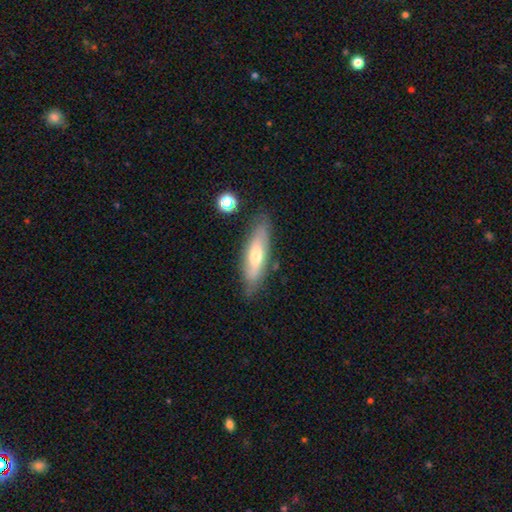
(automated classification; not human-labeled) Smooth or featured?
  - smooth: 50% *
  - featured or disk: 43%
  - star or artifact: 7%
How rounded?
  - cigar-shaped: 53% *
  - in between: 45%
  - round: 2%
Merging?
  - none: 78% *
  - minor disturbance: 16%
  - major disturbance: 4%
  - merger: 3%